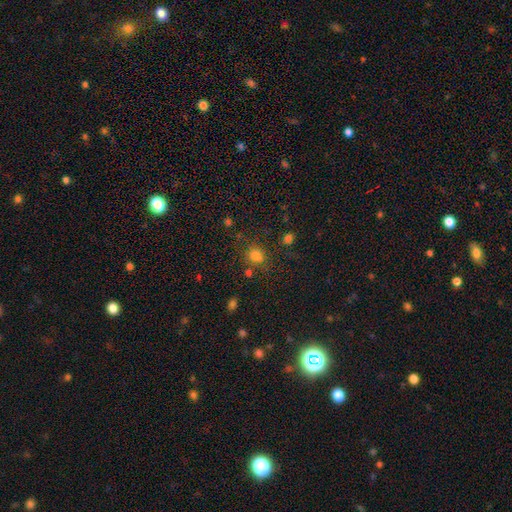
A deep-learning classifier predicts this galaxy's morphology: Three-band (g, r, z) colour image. It shows a smooth galaxy with no disk features (75%) that is round (52%). Merging: none (68%).